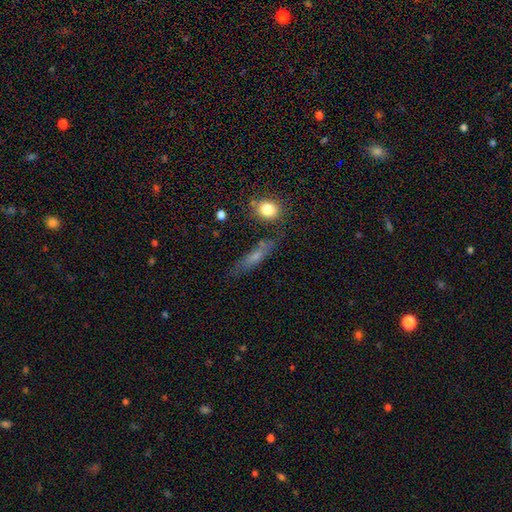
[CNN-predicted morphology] Q: Smooth or featured?
A: smooth (56%); runner-up: featured or disk (31%)
Q: How rounded?
A: cigar-shaped (71%); runner-up: in between (23%)
Q: Merging?
A: none (71%); runner-up: minor disturbance (17%)